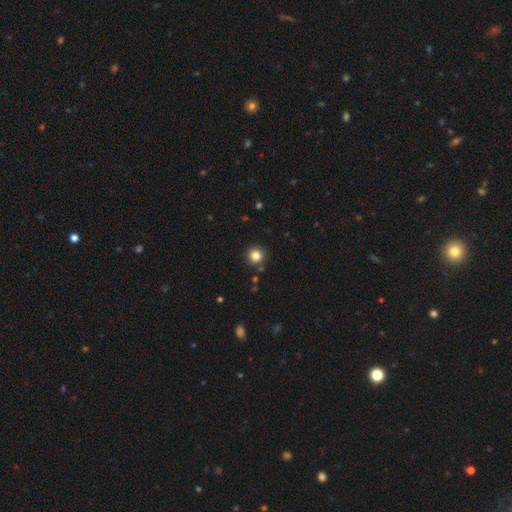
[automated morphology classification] type=smooth (83%); roundness=round (95%); merging=none (91%).